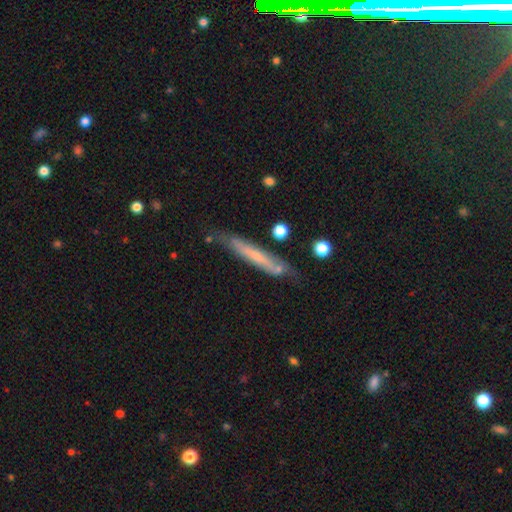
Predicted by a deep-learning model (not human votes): A smooth galaxy with no disk features (50%). Merging: none (67%).